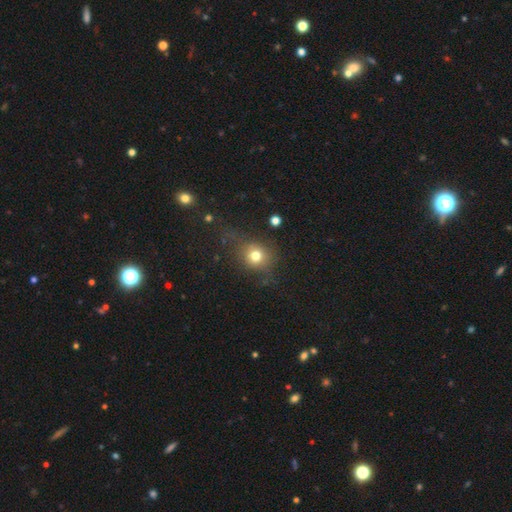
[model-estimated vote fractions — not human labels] This is likely a smooth galaxy (74%). How rounded: likely round (80%). Merging: likely none (65%).